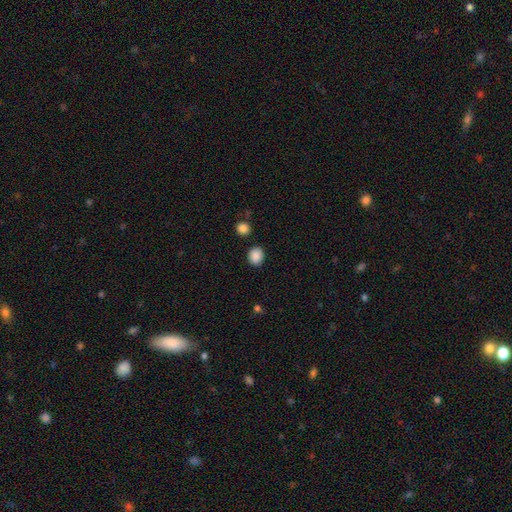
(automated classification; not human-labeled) This appears to be a smooth galaxy with no disk features (88%) that is round (60%). Merging: none (85%).